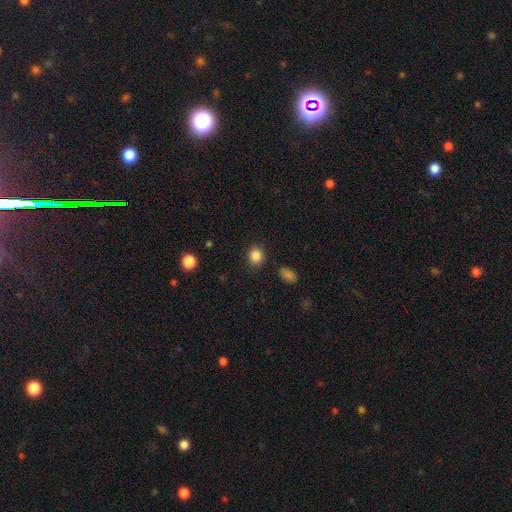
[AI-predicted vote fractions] Smooth or featured? Predicted: smooth (p=0.86). How rounded? Predicted: round (p=0.64). Merging? Predicted: none (p=0.88).